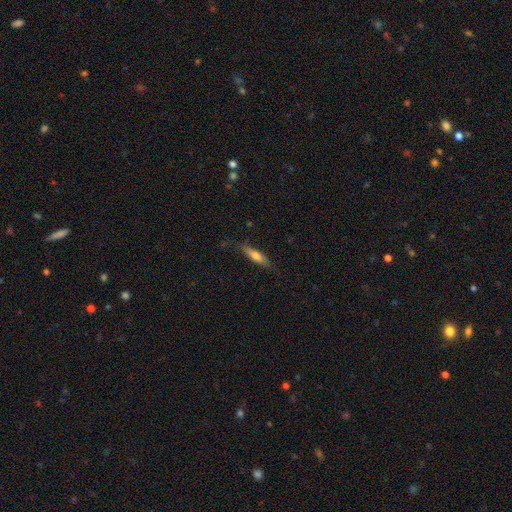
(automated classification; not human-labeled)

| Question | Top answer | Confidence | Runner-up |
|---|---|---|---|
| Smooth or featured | smooth | 58% | featured or disk (35%) |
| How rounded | cigar-shaped | 76% | in between (22%) |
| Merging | none | 78% | minor disturbance (17%) |